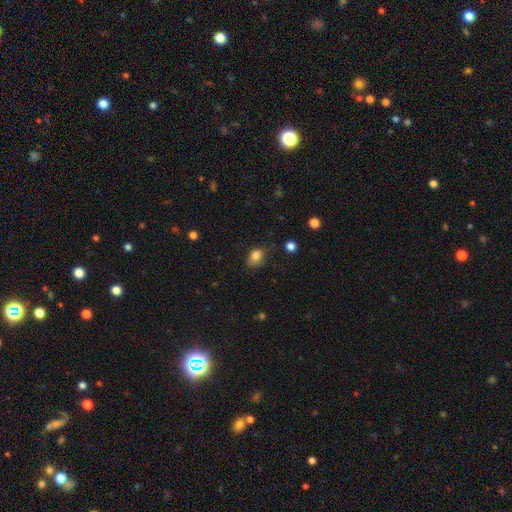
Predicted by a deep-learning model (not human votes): Q: Smooth or featured?
A: smooth (82%); runner-up: star or artifact (10%)
Q: How rounded?
A: in between (75%); runner-up: round (24%)
Q: Merging?
A: none (68%); runner-up: minor disturbance (25%)